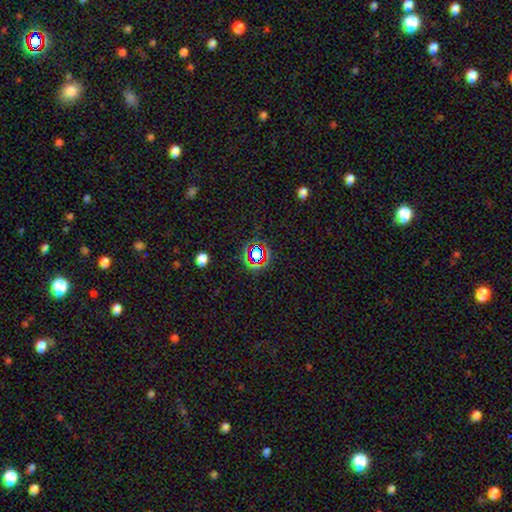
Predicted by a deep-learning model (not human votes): Overall: star or artifact (67%).